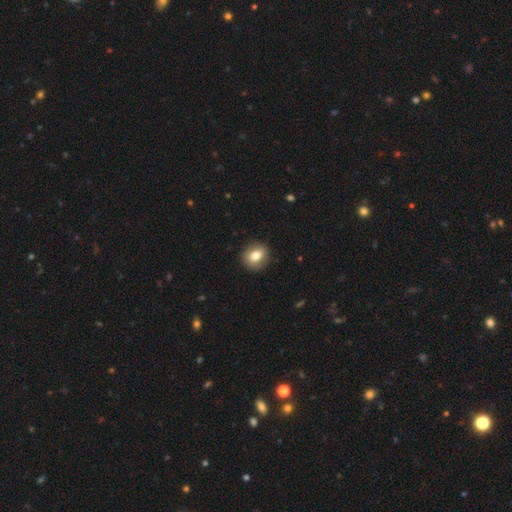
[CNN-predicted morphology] This appears to be a smooth galaxy with no disk features (79%) that is round (76%). Merging: none (89%).